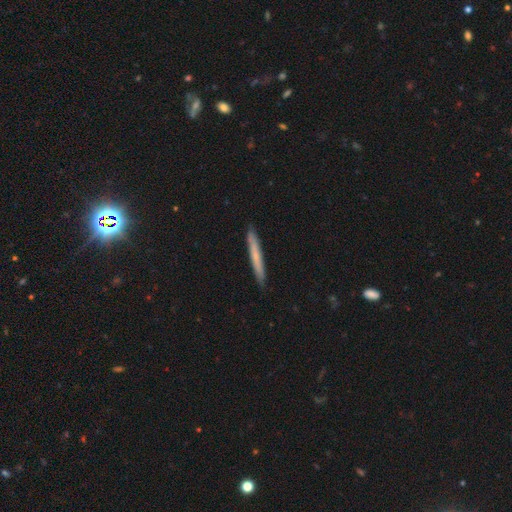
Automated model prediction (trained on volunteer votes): Q: Smooth or featured?
A: smooth (63%); runner-up: featured or disk (31%)
Q: How rounded?
A: cigar-shaped (97%); runner-up: in between (2%)
Q: Merging?
A: none (90%); runner-up: minor disturbance (7%)